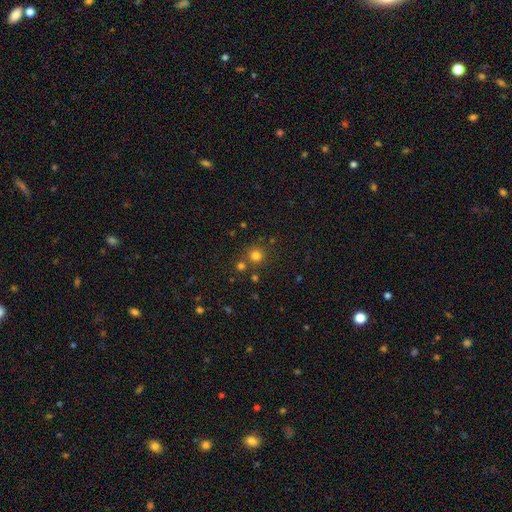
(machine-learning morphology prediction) Smooth or featured? smooth (76%)
How rounded? round (94%)
Merging? none (77%)